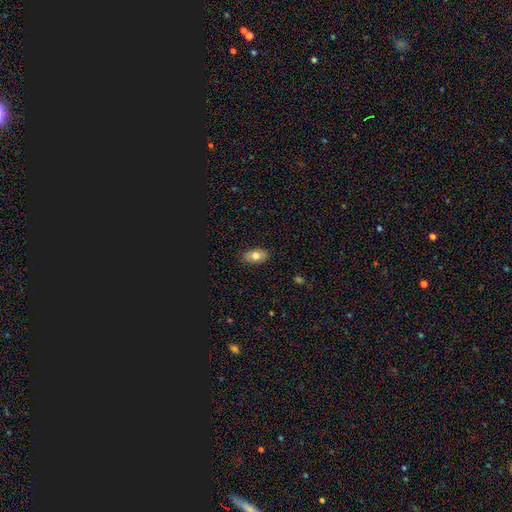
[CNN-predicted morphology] smooth-or-featured: smooth: 78% | featured or disk: 13% | star or artifact: 9%
  how-rounded: in between: 88% | round: 9% | cigar-shaped: 2%
  merging: none: 86% | minor disturbance: 11% | major disturbance: 2% | merger: 1%